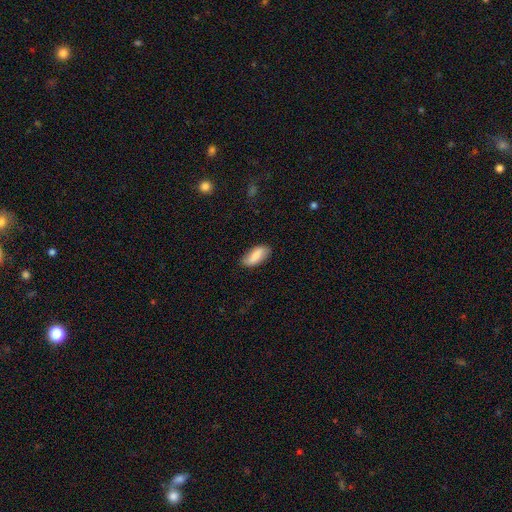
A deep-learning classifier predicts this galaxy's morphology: Smooth or featured?
  - smooth: 79% *
  - featured or disk: 15%
  - star or artifact: 6%
How rounded?
  - in between: 87% *
  - cigar-shaped: 11%
  - round: 2%
Merging?
  - none: 80% *
  - minor disturbance: 16%
  - major disturbance: 3%
  - merger: 1%